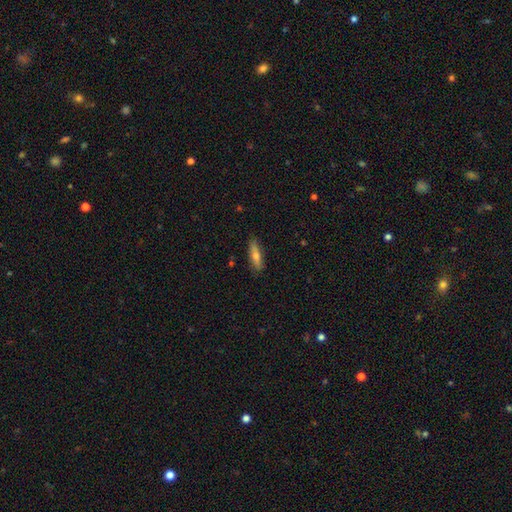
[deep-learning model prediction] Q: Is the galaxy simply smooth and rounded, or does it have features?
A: smooth — 60%.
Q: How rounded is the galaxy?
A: cigar-shaped — 68%.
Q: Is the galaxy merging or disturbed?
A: none — 86%.